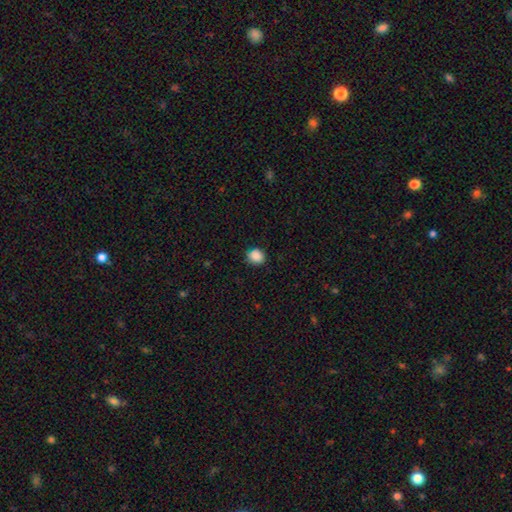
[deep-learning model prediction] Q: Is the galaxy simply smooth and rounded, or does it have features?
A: smooth — 87%.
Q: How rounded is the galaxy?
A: round — 76%.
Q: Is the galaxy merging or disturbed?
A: none — 77%.